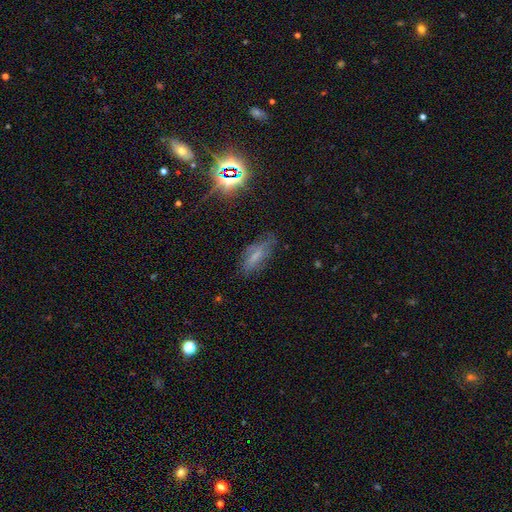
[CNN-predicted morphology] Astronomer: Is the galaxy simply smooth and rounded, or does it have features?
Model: smooth — 46% (runner-up: featured or disk, 33%).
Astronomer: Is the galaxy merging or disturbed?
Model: none — 62%.